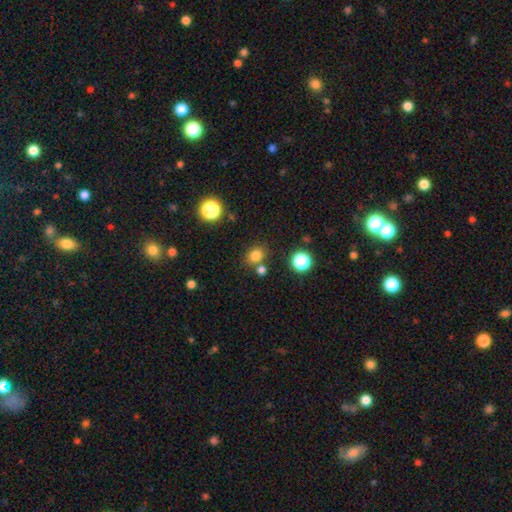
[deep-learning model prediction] Smooth or featured? Predicted: smooth (p=0.78). How rounded? Predicted: round (p=0.65). Merging? Predicted: none (p=0.72).